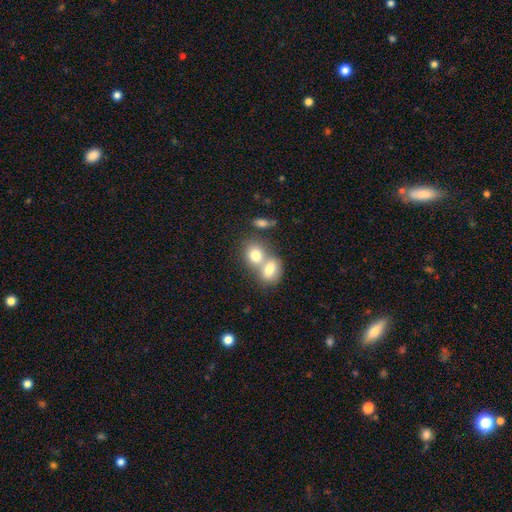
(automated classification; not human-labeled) smooth 76%, featured or disk 15%, star or artifact 8%. Down the decision tree: how rounded — round (52%); merging — merger (64%).